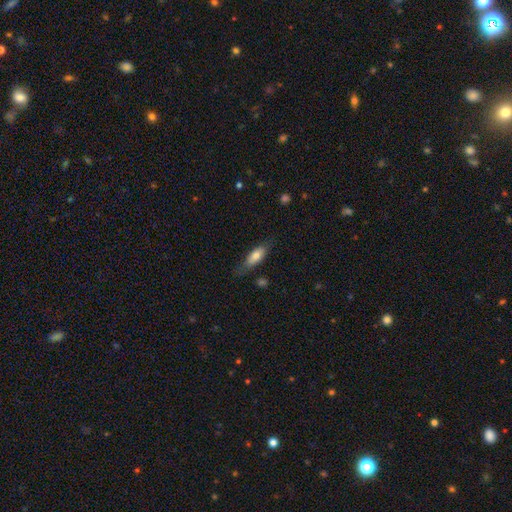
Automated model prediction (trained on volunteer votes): Morphology: type=smooth (75%); roundness=in between (70%); merging=none (61%).